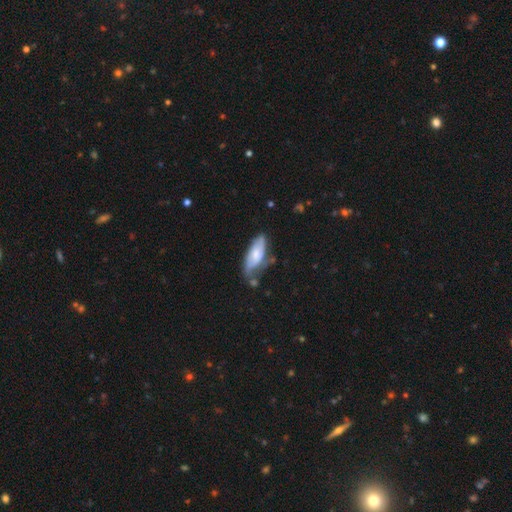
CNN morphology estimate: Q: Smooth or featured?
A: smooth (53%); runner-up: featured or disk (41%)
Q: How rounded?
A: in between (76%); runner-up: cigar-shaped (22%)
Q: Merging?
A: none (45%); runner-up: minor disturbance (34%)